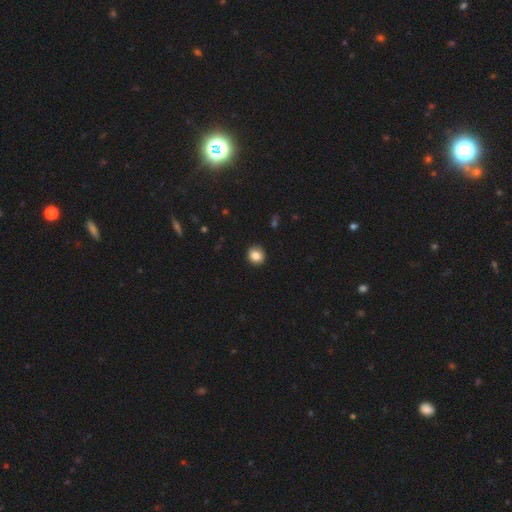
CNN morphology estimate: Q: Smooth or featured?
A: smooth (84%); runner-up: star or artifact (10%)
Q: How rounded?
A: round (83%); runner-up: in between (16%)
Q: Merging?
A: none (90%); runner-up: minor disturbance (8%)